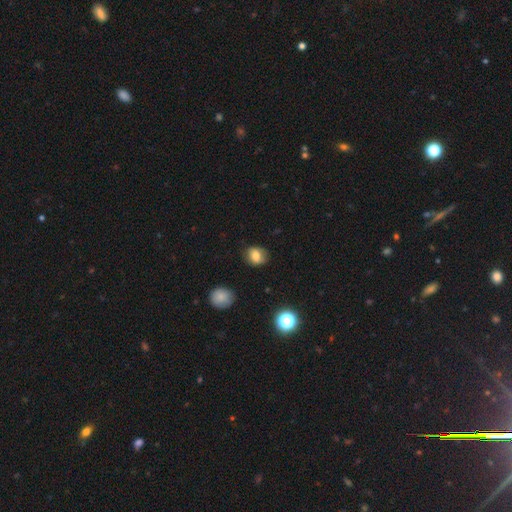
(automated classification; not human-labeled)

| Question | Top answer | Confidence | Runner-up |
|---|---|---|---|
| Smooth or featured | smooth | 78% | featured or disk (11%) |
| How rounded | round | 51% | in between (48%) |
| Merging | none | 76% | minor disturbance (18%) |